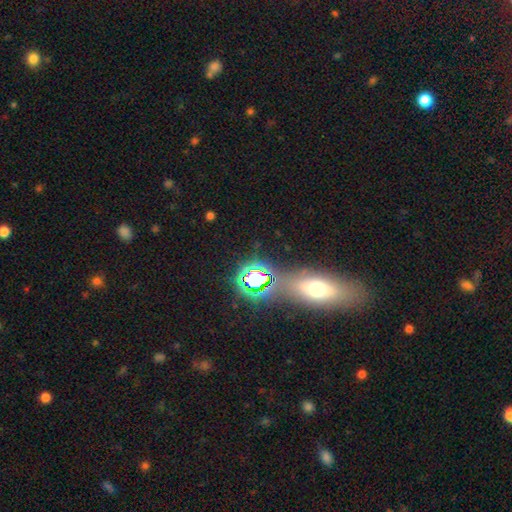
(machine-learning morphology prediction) Smooth or featured?
  - star or artifact: 60% *
  - smooth: 26%
  - featured or disk: 14%